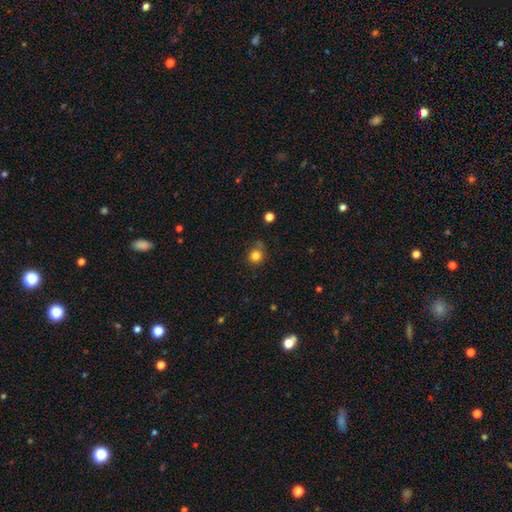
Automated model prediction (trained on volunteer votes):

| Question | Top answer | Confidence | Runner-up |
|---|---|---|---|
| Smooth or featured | smooth | 82% | star or artifact (13%) |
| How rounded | round | 87% | in between (12%) |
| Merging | none | 72% | minor disturbance (19%) |